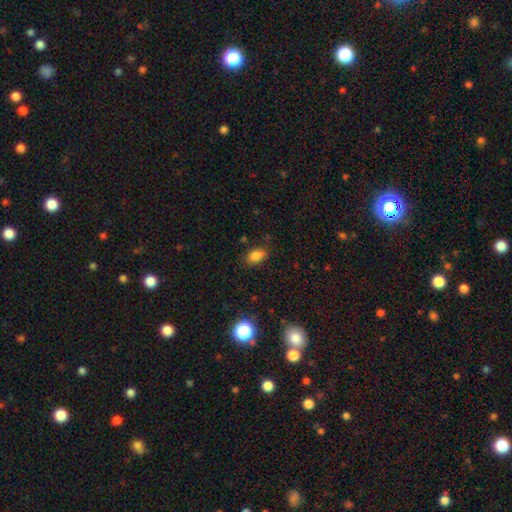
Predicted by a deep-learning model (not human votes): Smooth or featured: smooth — 83% (star or artifact — 12%)
How rounded: in between — 79% (round — 19%)
Merging: none — 79% (minor disturbance — 16%)